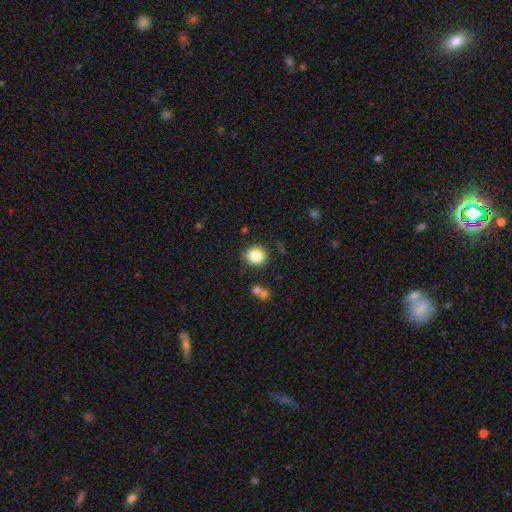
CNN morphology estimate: Smooth or featured? Predicted: smooth (p=0.85). How rounded? Predicted: round (p=0.87). Merging? Predicted: none (p=0.84).